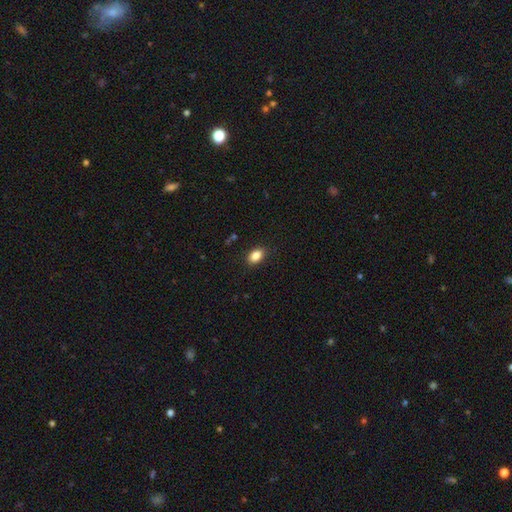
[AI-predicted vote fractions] The model was most divided on "how rounded": in between: 86%, round: 12%, cigar-shaped: 2%. More confident: merging — none (88%); smooth or featured — smooth (86%).